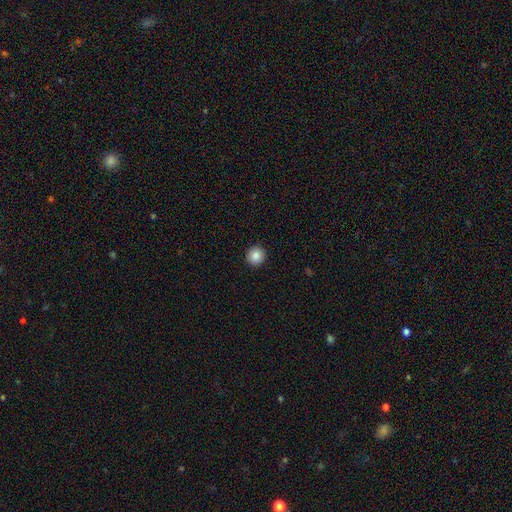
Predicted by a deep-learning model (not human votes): Morphology: type=smooth (87%); roundness=round (94%); merging=none (93%).